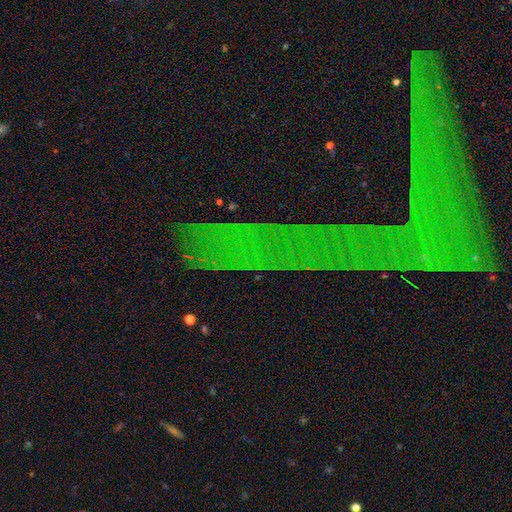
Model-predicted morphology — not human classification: Smooth or featured: star or artifact — 72% (featured or disk — 16%)